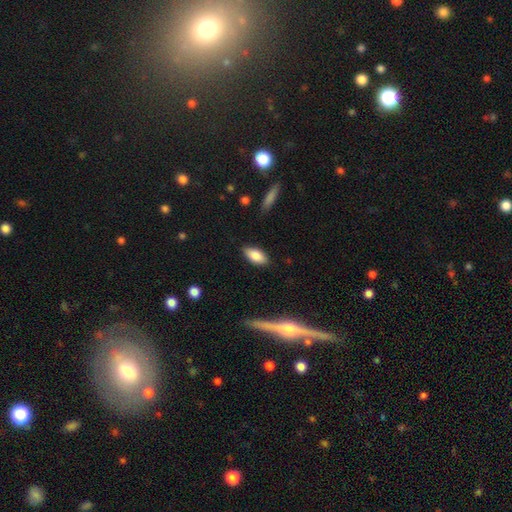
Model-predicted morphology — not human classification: smooth 83%, featured or disk 10%, star or artifact 7%. Down the decision tree: how rounded — in between (89%); merging — none (86%).